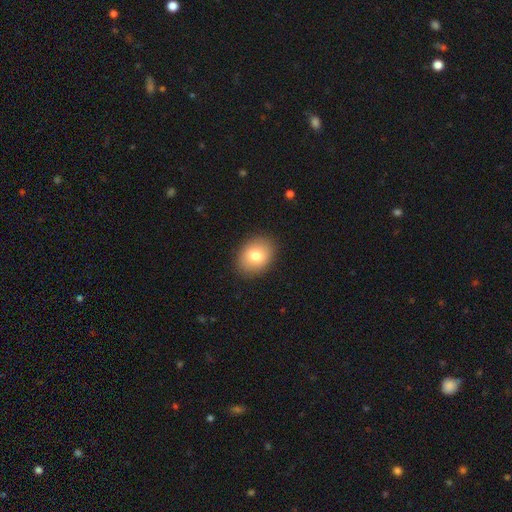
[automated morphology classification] This appears to be a smooth galaxy with no disk features (79%) that is in between round and cigar-shaped (60%). Merging: none (89%).